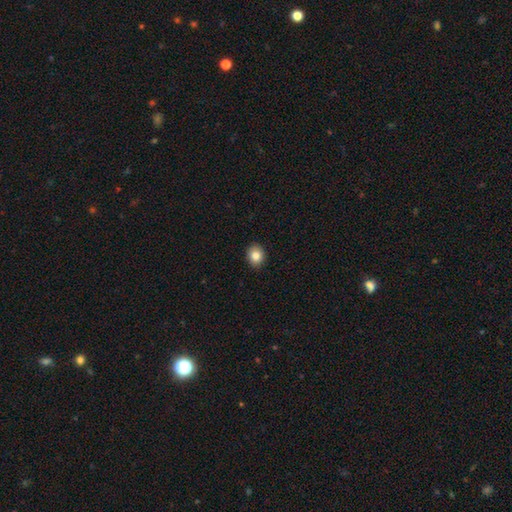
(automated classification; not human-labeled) This appears to be a smooth galaxy with no disk features (84%) that is round (65%). Merging: none (91%).